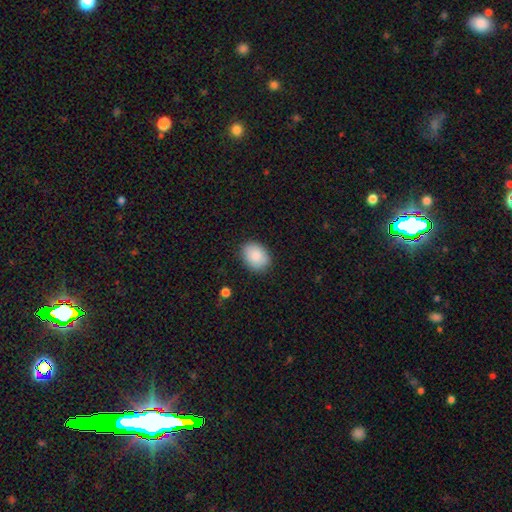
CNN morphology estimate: This is clearly a smooth galaxy (87%). How rounded: likely in between (64%). Merging: clearly none (85%).